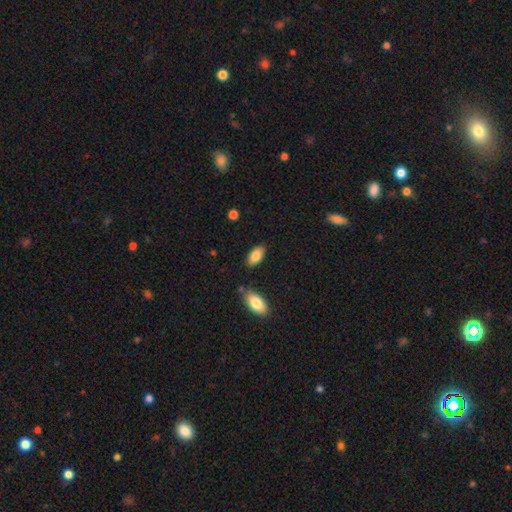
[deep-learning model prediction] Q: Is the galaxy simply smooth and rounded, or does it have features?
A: smooth — 85%.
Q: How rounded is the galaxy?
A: in between — 93%.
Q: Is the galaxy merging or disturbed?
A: none — 82%.